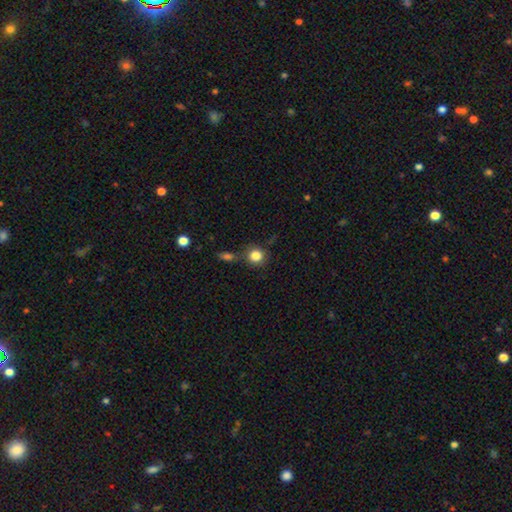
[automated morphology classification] The model was most divided on "merging": none: 69%, merger: 14%, minor disturbance: 13%, major disturbance: 5%. More confident: how rounded — round (87%); smooth or featured — smooth (84%).